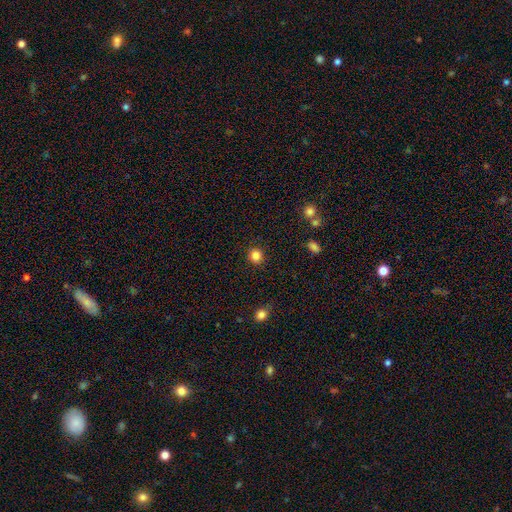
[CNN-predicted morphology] A smooth galaxy with no disk features (84%) that is round (90%).

Vote fractions:
- Smooth or featured? smooth: 84% / star or artifact: 11% / featured or disk: 4%
- How rounded? round: 90% / in between: 9% / cigar-shaped: 1%
- Merging? none: 91% / minor disturbance: 6% / major disturbance: 2% / merger: 1%